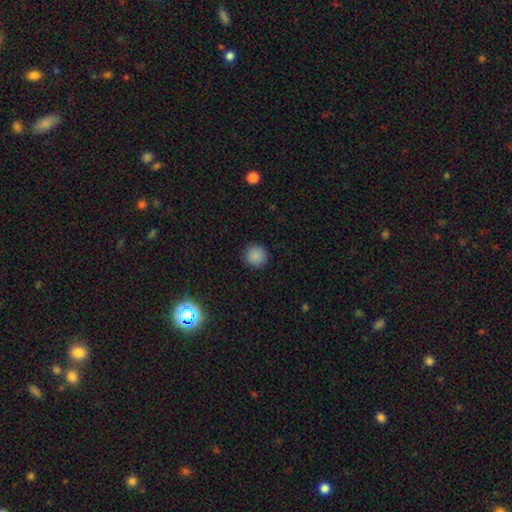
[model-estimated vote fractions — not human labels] Q: Smooth or featured?
A: smooth (86%); runner-up: star or artifact (11%)
Q: How rounded?
A: round (94%); runner-up: in between (5%)
Q: Merging?
A: none (91%); runner-up: minor disturbance (6%)